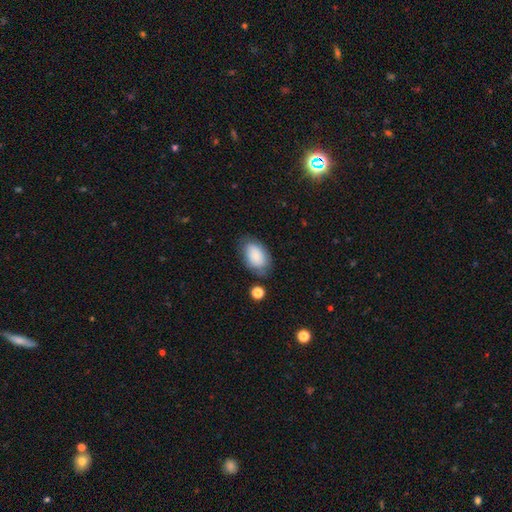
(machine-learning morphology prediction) Smooth or featured?
  - smooth: 84% *
  - featured or disk: 9%
  - star or artifact: 7%
How rounded?
  - in between: 92% *
  - round: 6%
  - cigar-shaped: 1%
Merging?
  - none: 68% *
  - minor disturbance: 21%
  - major disturbance: 6%
  - merger: 4%